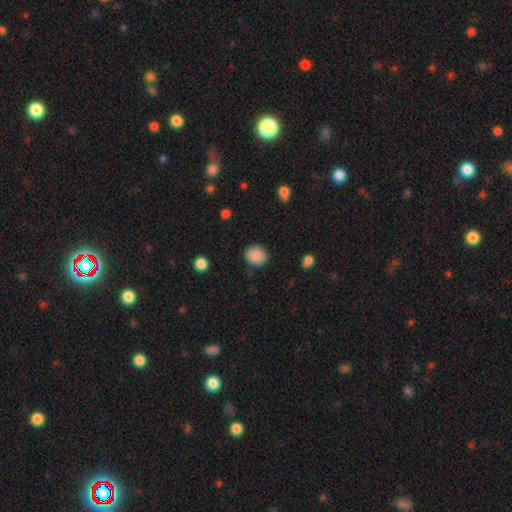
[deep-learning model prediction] Smooth or featured?
  - smooth: 87% *
  - star or artifact: 8%
  - featured or disk: 5%
How rounded?
  - round: 84% *
  - in between: 15%
  - cigar-shaped: 1%
Merging?
  - none: 87% *
  - minor disturbance: 9%
  - major disturbance: 3%
  - merger: 1%